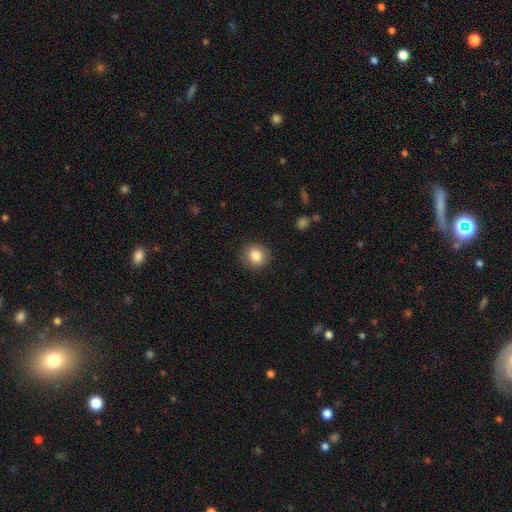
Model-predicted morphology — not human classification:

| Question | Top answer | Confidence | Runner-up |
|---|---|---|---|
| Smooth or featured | smooth | 85% | star or artifact (9%) |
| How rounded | round | 86% | in between (14%) |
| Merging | none | 87% | minor disturbance (9%) |